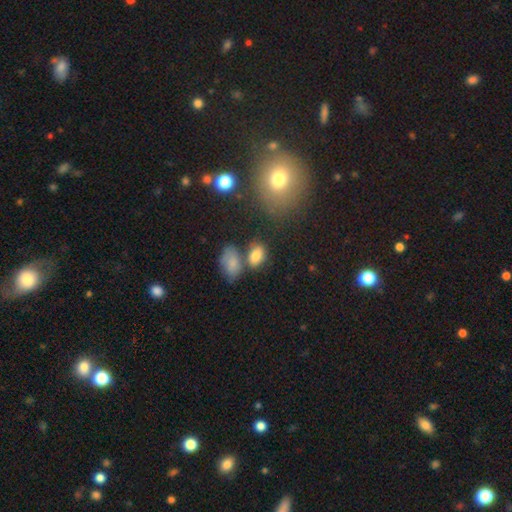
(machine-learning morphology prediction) The model was most divided on "merging": none: 56%, merger: 22%, minor disturbance: 16%, major disturbance: 6%. More confident: how rounded — in between (85%); smooth or featured — smooth (78%).